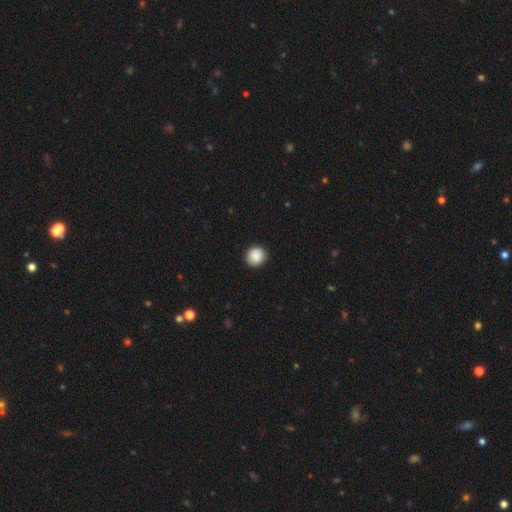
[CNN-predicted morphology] A smooth galaxy with no disk features (88%) that is round (93%).

Vote fractions:
- Smooth or featured? smooth: 88% / star or artifact: 8% / featured or disk: 4%
- How rounded? round: 93% / in between: 6% / cigar-shaped: 1%
- Merging? none: 91% / minor disturbance: 6% / major disturbance: 2% / merger: 1%